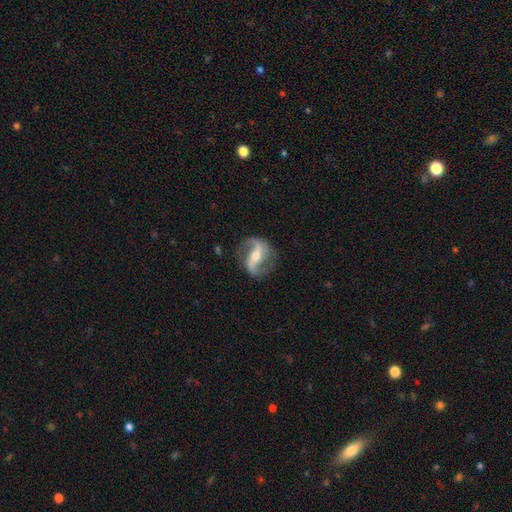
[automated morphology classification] The model was most divided on "bulge size": moderate: 55%, small: 40%, large: 3%, none: 2%, dominant: 1%. More confident: edge-on disk — no (96%); spiral arms — yes (95%); spiral arm count — 2 (92%); smooth or featured — featured or disk (89%); merging — none (79%); spiral winding — loose (59%); bar — strong (51%).